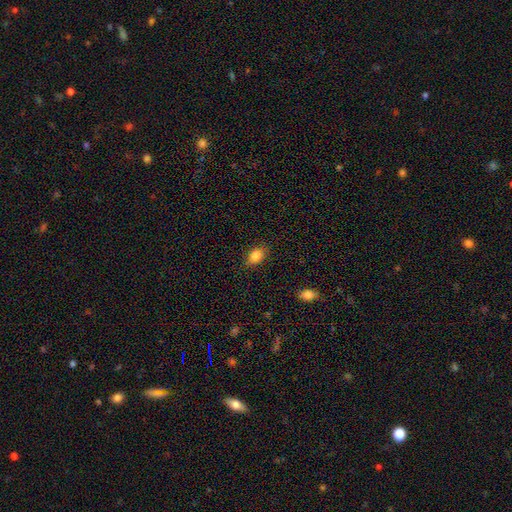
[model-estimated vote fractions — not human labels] Smooth or featured: smooth — 85% (star or artifact — 9%)
How rounded: in between — 80% (round — 17%)
Merging: none — 84% (minor disturbance — 12%)